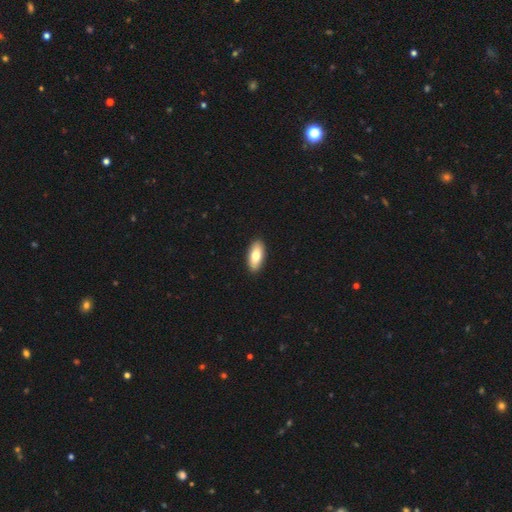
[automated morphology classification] smooth_or_featured: smooth (p=0.78) [alt: featured or disk p=0.16]
how_rounded: in between (p=0.86) [alt: cigar-shaped p=0.12]
merging: none (p=0.91) [alt: minor disturbance p=0.06]